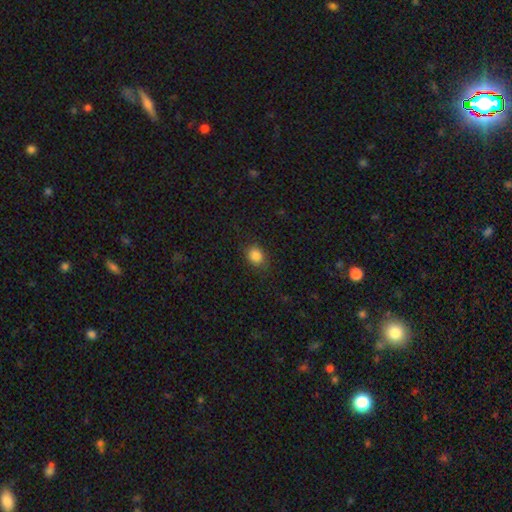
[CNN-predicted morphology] A smooth galaxy with no disk features (85%) that is round (56%).

Vote fractions:
- Smooth or featured? smooth: 85% / star or artifact: 11% / featured or disk: 4%
- How rounded? round: 56% / in between: 43% / cigar-shaped: 1%
- Merging? none: 83% / minor disturbance: 12% / major disturbance: 4% / merger: 1%